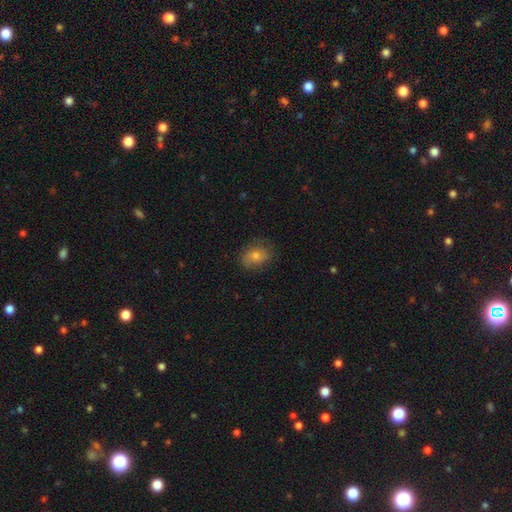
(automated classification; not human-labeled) This appears to be a smooth galaxy with no disk features (61%) that is in between round and cigar-shaped (63%). Merging: none (73%).